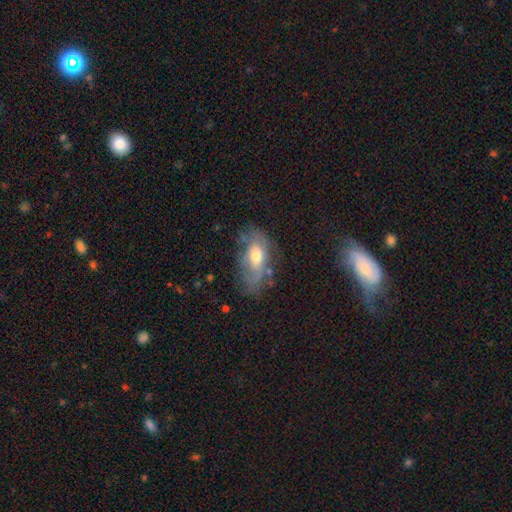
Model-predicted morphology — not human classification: Smooth or featured? Predicted: smooth (p=0.48). Merging? Predicted: none (p=0.51).